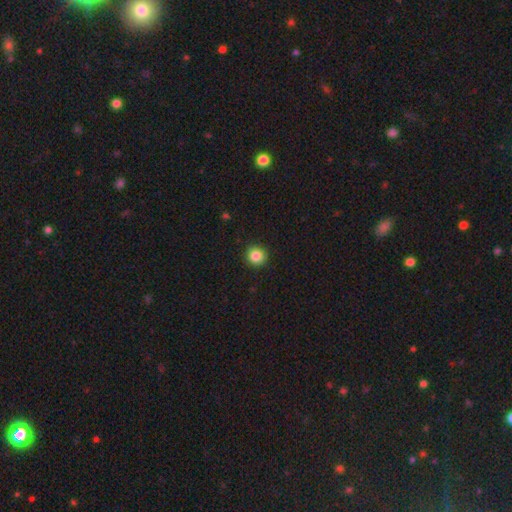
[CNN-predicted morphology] A smooth galaxy with no disk features (85%) that is round (93%).

Vote fractions:
- Smooth or featured? smooth: 85% / star or artifact: 10% / featured or disk: 5%
- How rounded? round: 93% / in between: 6% / cigar-shaped: 1%
- Merging? none: 92% / minor disturbance: 5% / major disturbance: 2% / merger: 1%